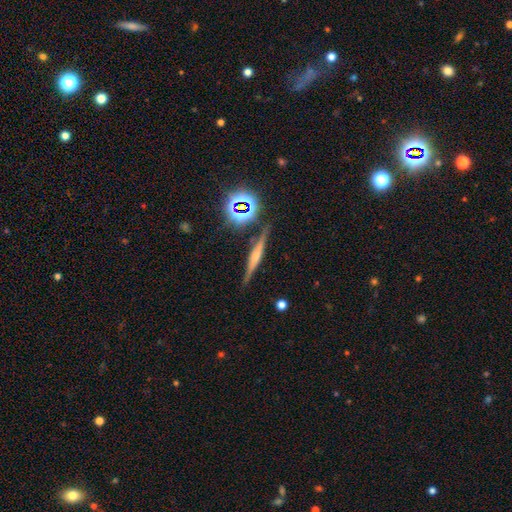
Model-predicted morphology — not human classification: type=featured or disk (55%); edge-on=yes (95%); edge-on bulge=rounded (57%); merging=none (84%).